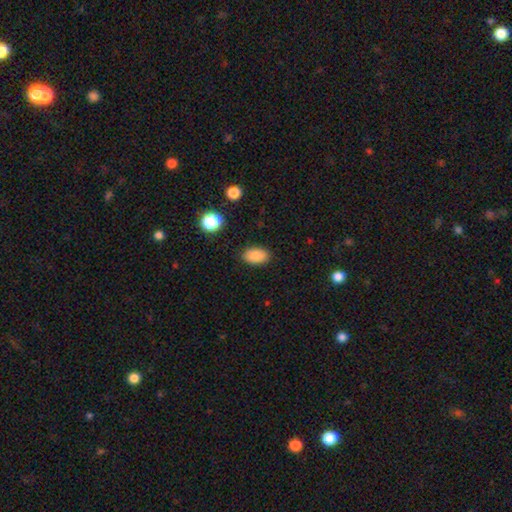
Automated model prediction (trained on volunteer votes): This is clearly a smooth galaxy (87%). How rounded: clearly in between (91%). Merging: clearly none (88%).